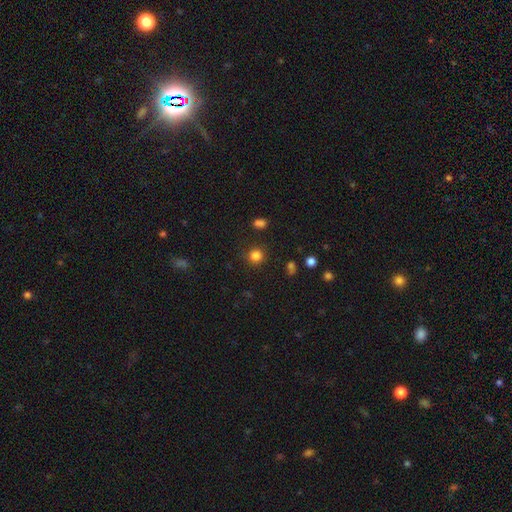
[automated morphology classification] Smooth or featured: smooth — 82% (star or artifact — 14%)
How rounded: round — 92% (in between — 7%)
Merging: none — 86% (minor disturbance — 9%)